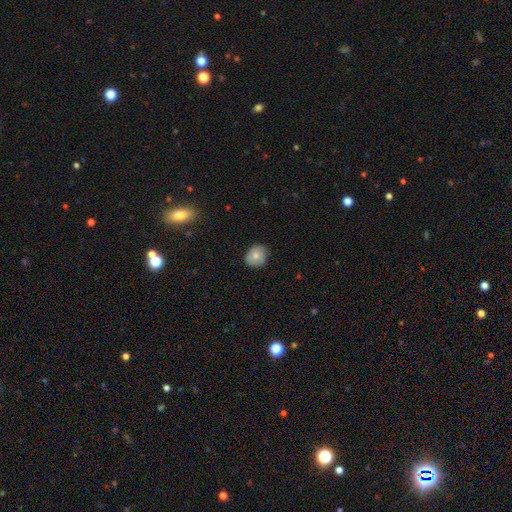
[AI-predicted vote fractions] Morphology: type=smooth (76%); roundness=round (69%); merging=none (77%).